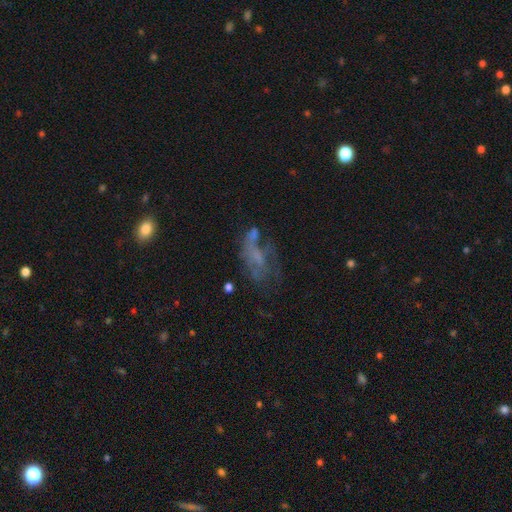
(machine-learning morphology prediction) Smooth or featured: featured or disk — 51% (smooth — 31%)
Edge-on disk: no — 93% (yes — 7%)
Merging: none — 34% (major disturbance — 33%)